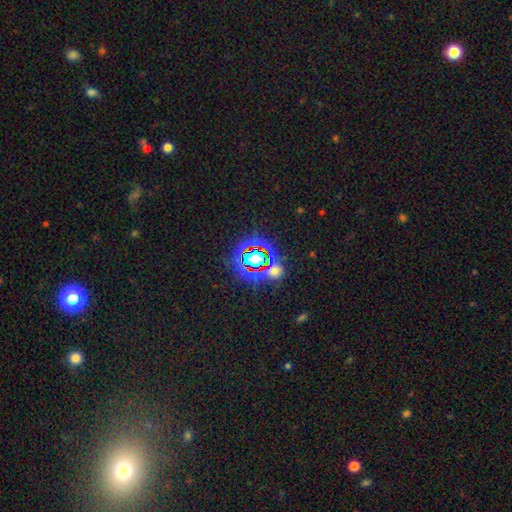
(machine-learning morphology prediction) smooth-or-featured: star or artifact: 69% | smooth: 21% | featured or disk: 10%